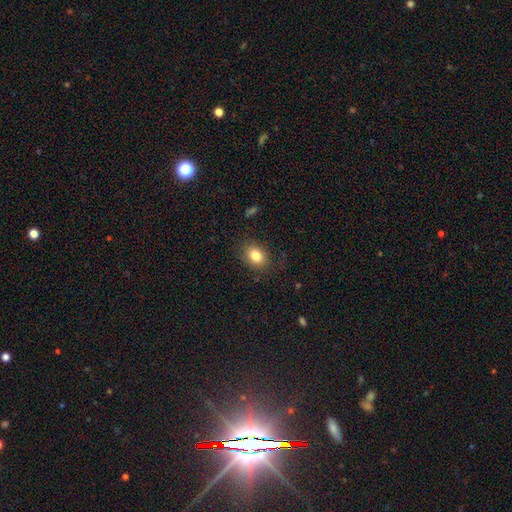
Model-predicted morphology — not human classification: Smooth or featured?
  - smooth: 83% *
  - star or artifact: 9%
  - featured or disk: 8%
How rounded?
  - in between: 73% *
  - round: 26%
  - cigar-shaped: 1%
Merging?
  - none: 83% *
  - minor disturbance: 12%
  - major disturbance: 4%
  - merger: 1%